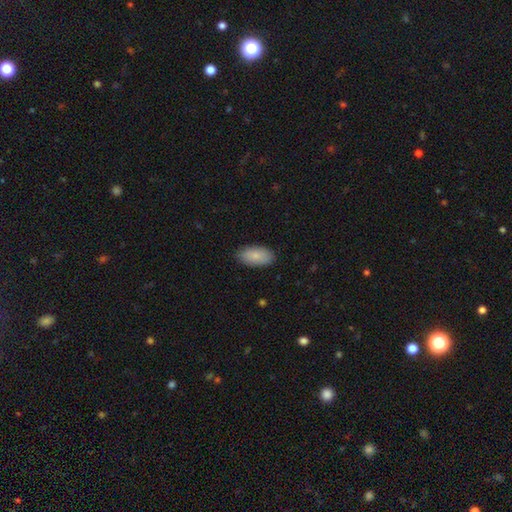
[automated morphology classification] The model was most divided on "merging": none: 84%, minor disturbance: 12%, major disturbance: 2%, merger: 1%. More confident: how rounded — in between (93%); smooth or featured — smooth (84%).